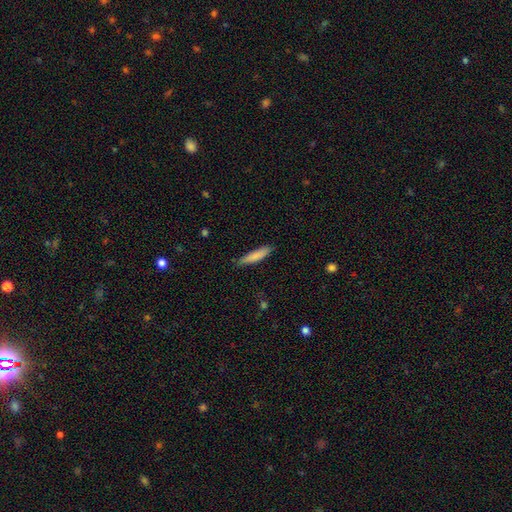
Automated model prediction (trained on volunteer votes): The model was most divided on "how rounded": cigar-shaped: 84%, in between: 15%, round: 1%. More confident: merging — none (83%); smooth or featured — smooth (82%).